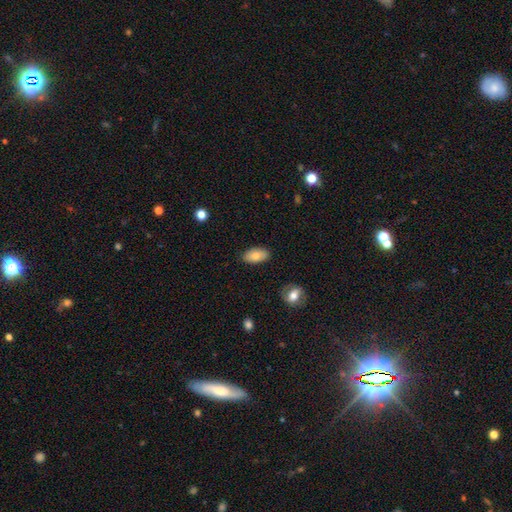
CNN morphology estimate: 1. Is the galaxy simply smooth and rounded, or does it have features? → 81% smooth, 13% featured or disk, 7% star or artifact.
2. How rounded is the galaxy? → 94% in between, 3% round, 3% cigar-shaped.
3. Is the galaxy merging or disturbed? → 85% none, 11% minor disturbance, 2% major disturbance, 2% merger.